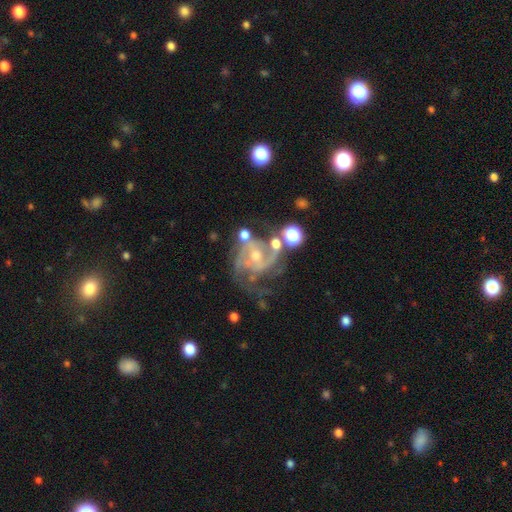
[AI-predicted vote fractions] smooth-or-featured: featured or disk: 85% | star or artifact: 9% | smooth: 6%
  disk-edge-on: no: 98% | yes: 2%
    bar: no: 52% | weak: 36% | strong: 11%
    has-spiral-arms: yes: 94% | no: 6%
      spiral-winding: medium: 48% | tight: 37% | loose: 15%
      spiral-arm-count: 2: 45% | 3: 22% | can't tell: 19% | 1: 5% | 4: 5% | more than 4: 4%
    bulge-size: small: 49% | moderate: 45% | none: 3% | large: 2% | dominant: 1%
  merging: none: 44% | major disturbance: 24% | minor disturbance: 21% | merger: 11%